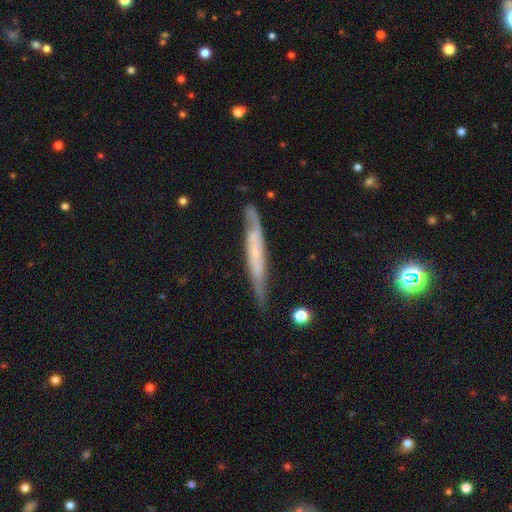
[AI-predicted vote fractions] Q: Smooth or featured?
A: featured or disk (63%); runner-up: smooth (29%)
Q: Edge-on disk?
A: yes (77%); runner-up: no (23%)
Q: Merging?
A: none (73%); runner-up: minor disturbance (20%)